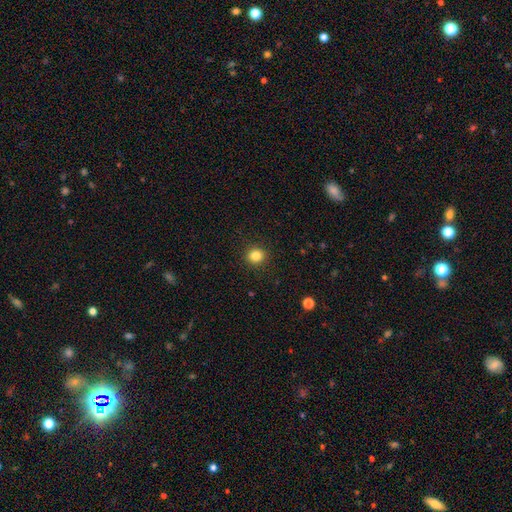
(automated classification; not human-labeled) A smooth galaxy with no disk features (83%) that is round (89%). Merging: none (92%).